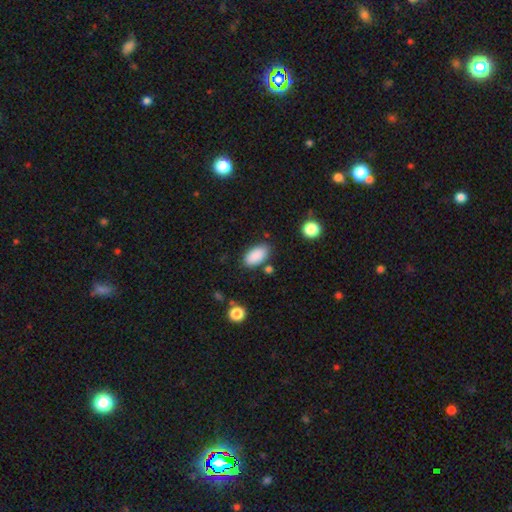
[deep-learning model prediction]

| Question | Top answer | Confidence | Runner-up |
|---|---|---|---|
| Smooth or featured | smooth | 89% | star or artifact (7%) |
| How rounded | in between | 94% | cigar-shaped (3%) |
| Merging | none | 81% | minor disturbance (12%) |